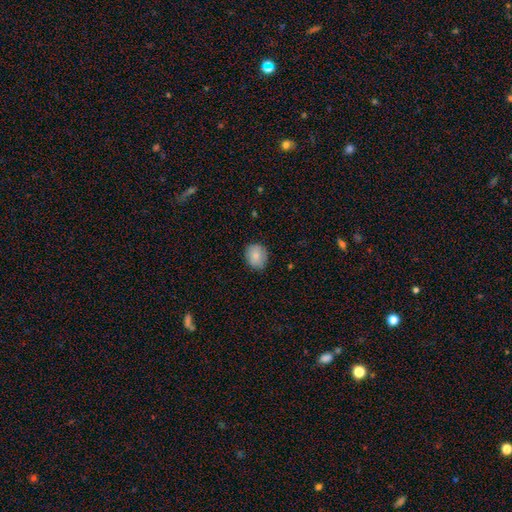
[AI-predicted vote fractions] This appears to be a smooth galaxy with no disk features (85%) that is round (69%). Merging: none (83%).